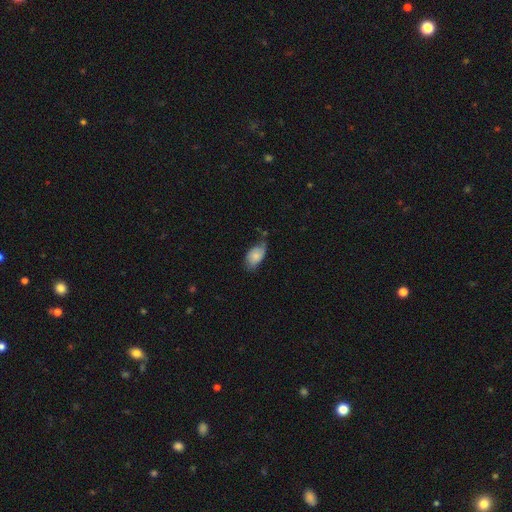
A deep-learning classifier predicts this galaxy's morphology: type=smooth (76%); roundness=in between (93%); merging=none (49%).